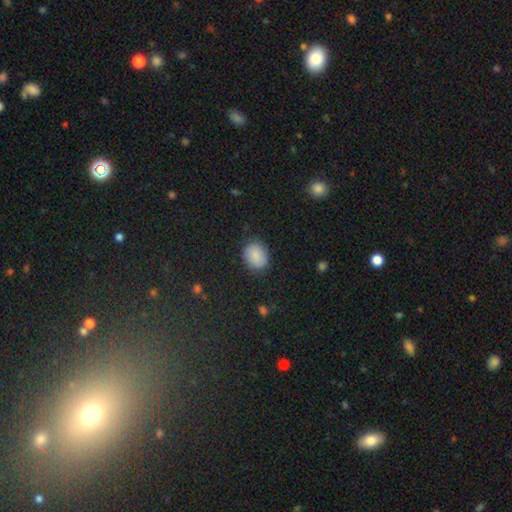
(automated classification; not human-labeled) The model was most divided on "how rounded": round: 52%, in between: 47%, cigar-shaped: 1%. More confident: smooth or featured — smooth (86%); merging — none (84%).